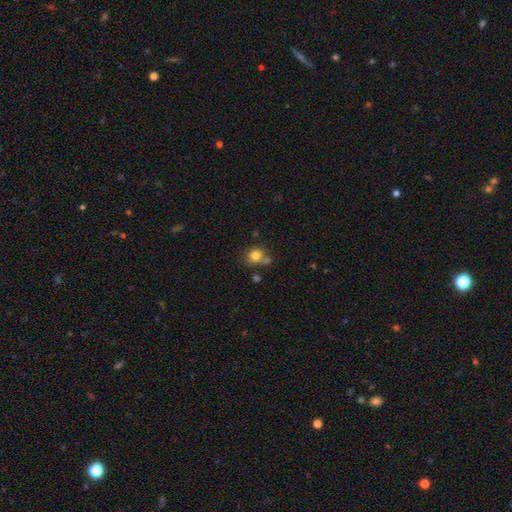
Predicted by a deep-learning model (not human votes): Smooth or featured? smooth (80%)
How rounded? round (74%)
Merging? none (57%)